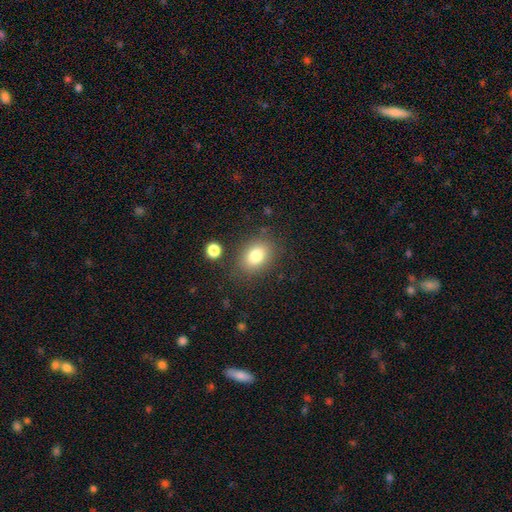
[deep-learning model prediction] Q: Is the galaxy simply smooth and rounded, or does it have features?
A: smooth — 81%.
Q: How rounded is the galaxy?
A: in between — 67%.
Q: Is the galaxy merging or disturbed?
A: none — 80%.